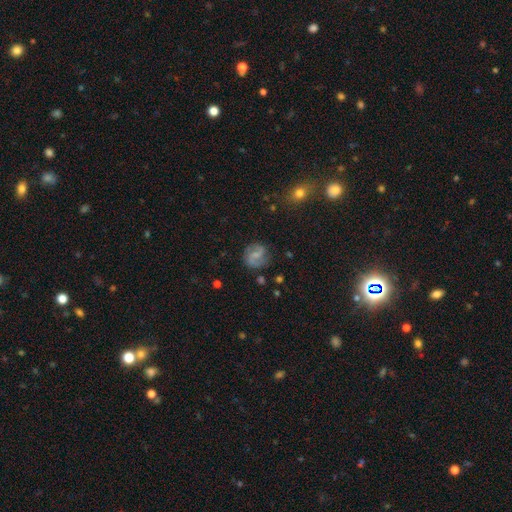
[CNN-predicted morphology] Smooth or featured: featured or disk — 62% (smooth — 29%)
Edge-on disk: no — 98% (yes — 2%)
Bar: weak — 50% (no — 32%)
Spiral arms: yes — 89% (no — 11%)
Spiral winding: medium — 48% (loose — 31%)
Spiral arm count: 2 — 84% (can't tell — 8%)
Bulge size: small — 46% (none — 28%)
Merging: none — 74% (minor disturbance — 16%)